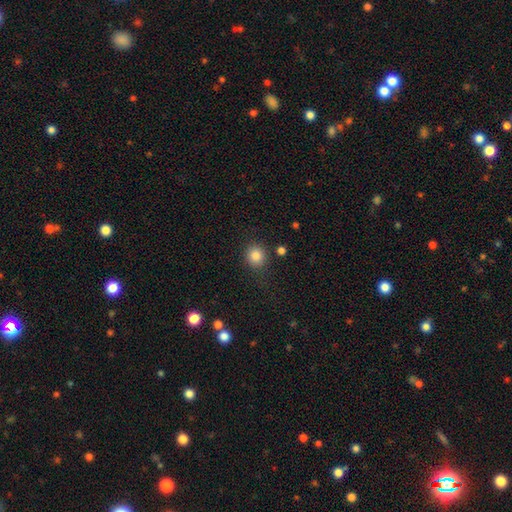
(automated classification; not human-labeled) smooth 84%, star or artifact 11%, featured or disk 5%. Down the decision tree: how rounded — round (86%); merging — none (84%).